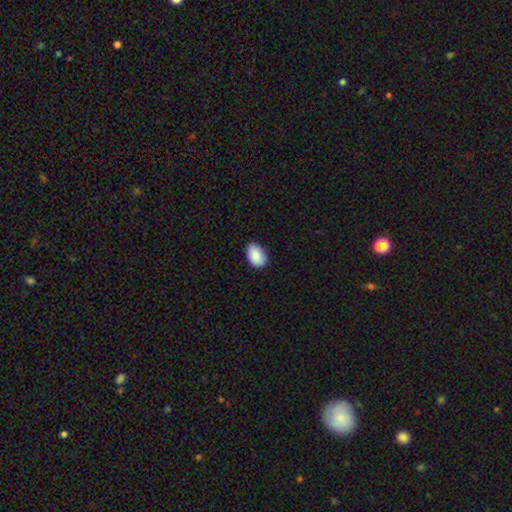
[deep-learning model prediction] Overall: smooth (87%). How rounded: in between (88%). Merging: none (85%).